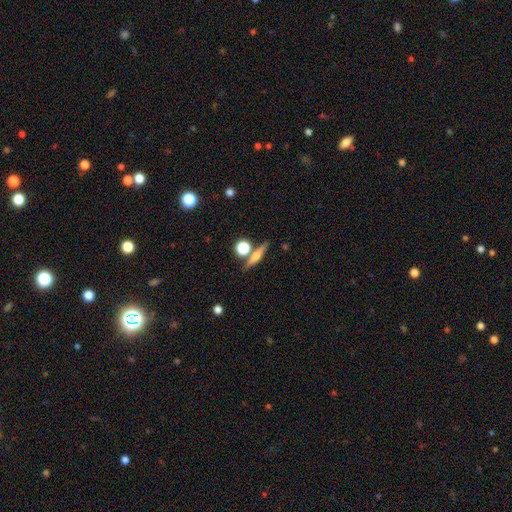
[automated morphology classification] smooth_or_featured: smooth (p=0.46) [alt: featured or disk p=0.44]
merging: none (p=0.74) [alt: merger p=0.14]